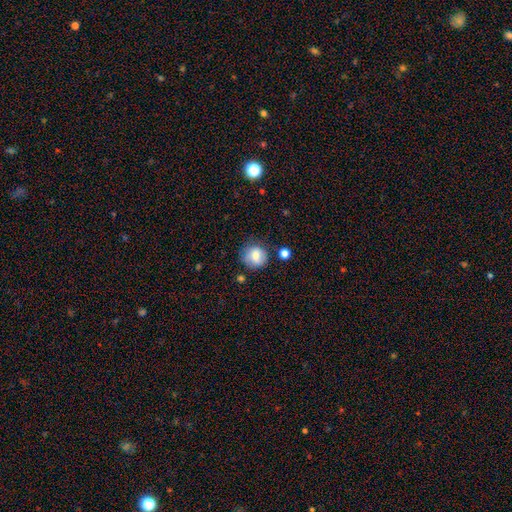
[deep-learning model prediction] smooth 72%, featured or disk 19%, star or artifact 9%. Down the decision tree: how rounded — round (88%); merging — none (71%).